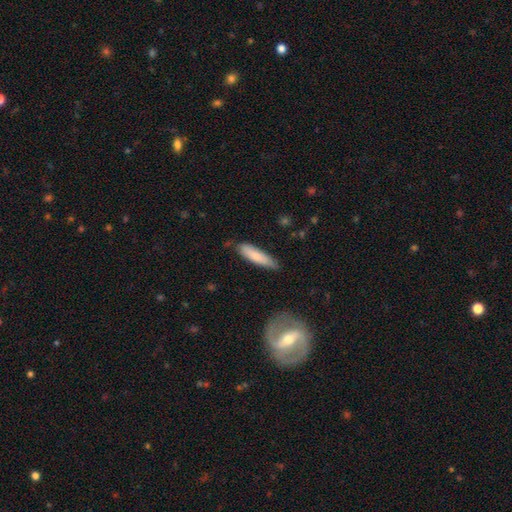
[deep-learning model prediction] Smooth or featured? Predicted: smooth (p=0.75). How rounded? Predicted: cigar-shaped (p=0.71). Merging? Predicted: none (p=0.75).